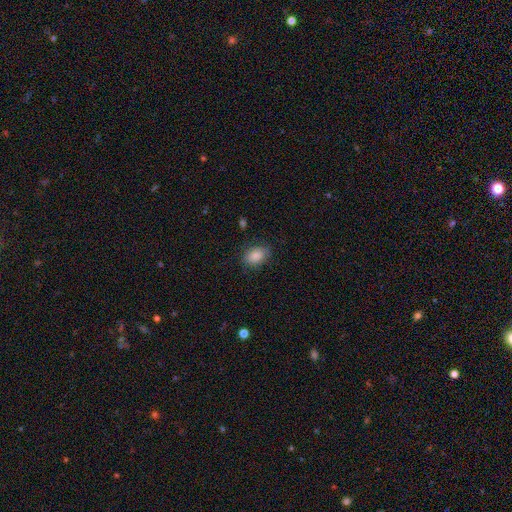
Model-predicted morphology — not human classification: smooth_or_featured: smooth (p=0.85) [alt: star or artifact p=0.08]
how_rounded: in between (p=0.82) [alt: round p=0.17]
merging: none (p=0.79) [alt: minor disturbance p=0.15]